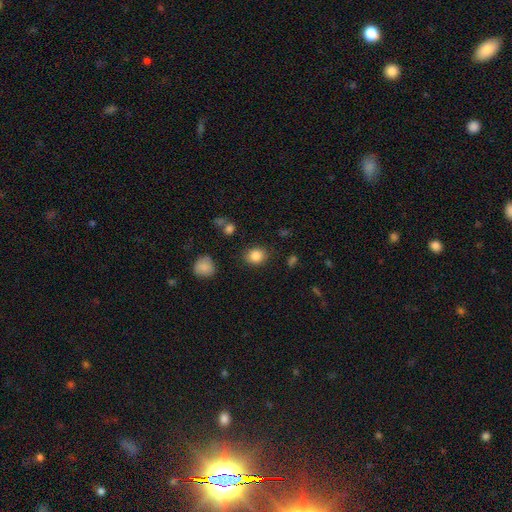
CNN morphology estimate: Smooth or featured? Predicted: smooth (p=0.85). How rounded? Predicted: round (p=0.67). Merging? Predicted: none (p=0.85).